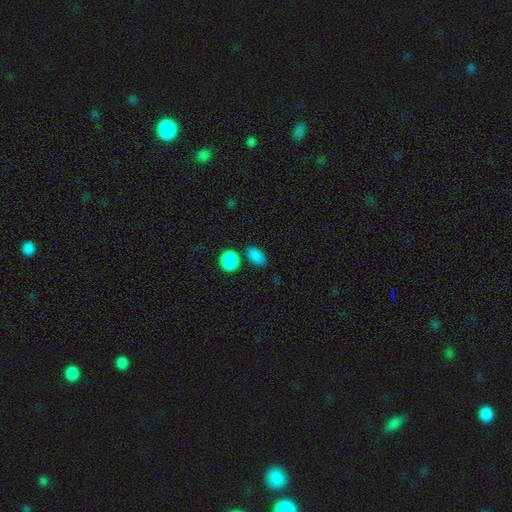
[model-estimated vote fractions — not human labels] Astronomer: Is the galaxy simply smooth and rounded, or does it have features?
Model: smooth — 87%.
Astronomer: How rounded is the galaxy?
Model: in between — 85%.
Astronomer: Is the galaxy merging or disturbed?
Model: none — 76%.